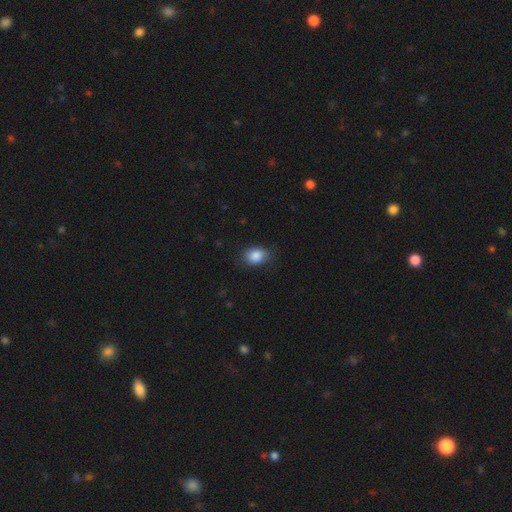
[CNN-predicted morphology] Smooth or featured? smooth (87%)
How rounded? in between (68%)
Merging? none (81%)